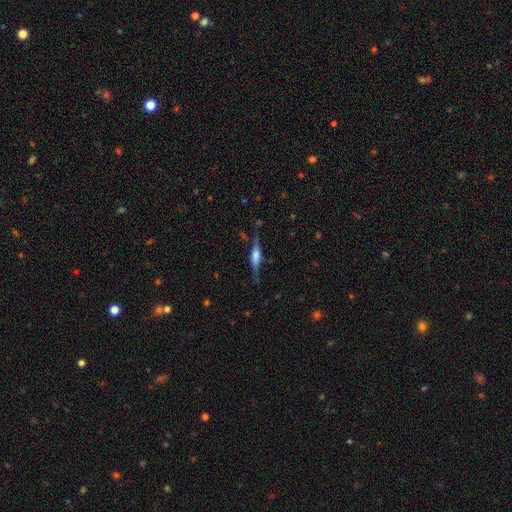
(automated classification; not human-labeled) smooth-or-featured: featured or disk: 71% | smooth: 22% | star or artifact: 7%
  disk-edge-on: yes: 95% | no: 5%
    edge-on-bulge: rounded: 63% | boxy: 32% | none: 5%
  merging: none: 77% | minor disturbance: 16% | major disturbance: 5% | merger: 2%